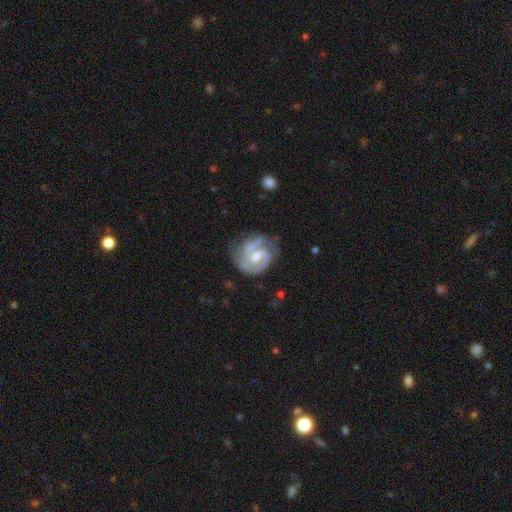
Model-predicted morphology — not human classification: featured or disk 86%, smooth 9%, star or artifact 5%. Down the decision tree: edge-on disk — no (98%); bar — weak (54%); spiral arms — yes (96%); spiral arm count — 2 (67%); spiral winding — tight (49%); bulge size — moderate (49%); merging — none (61%).